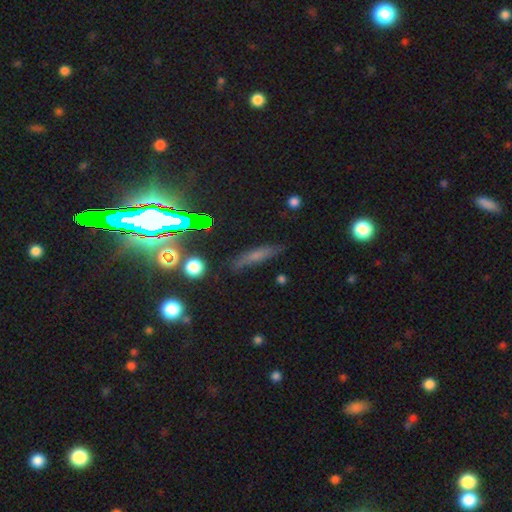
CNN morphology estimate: A smooth galaxy with no disk features (49%). Merging: none (79%).